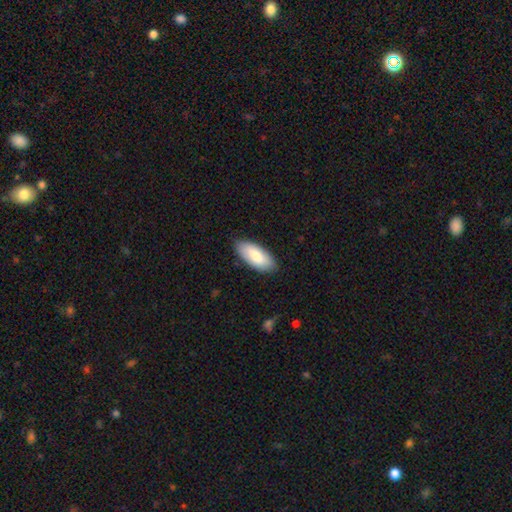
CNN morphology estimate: smooth-or-featured: smooth: 80% | featured or disk: 15% | star or artifact: 5%
  how-rounded: in between: 89% | cigar-shaped: 10% | round: 2%
  merging: none: 85% | minor disturbance: 12% | major disturbance: 2% | merger: 1%